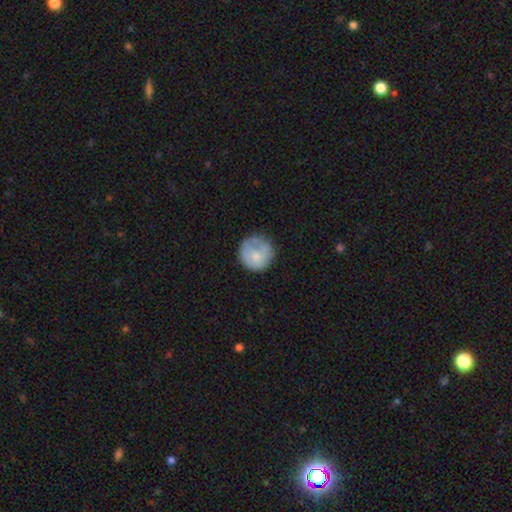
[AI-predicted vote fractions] Morphology: type=smooth (65%); roundness=round (90%); merging=none (62%).